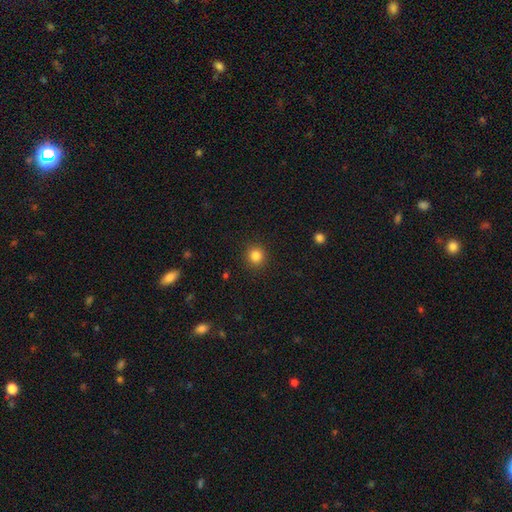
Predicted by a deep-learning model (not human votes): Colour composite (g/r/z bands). It shows a smooth galaxy with no disk features (84%) that is round (92%). Merging: none (91%).